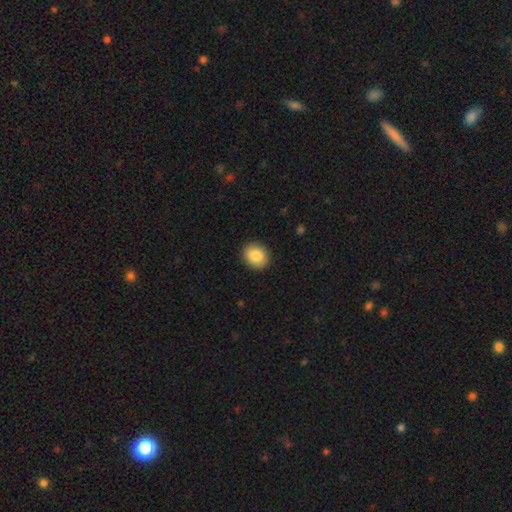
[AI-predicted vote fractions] Overall: smooth (87%). How rounded: round (67%; in between 32%). Merging: none (91%).